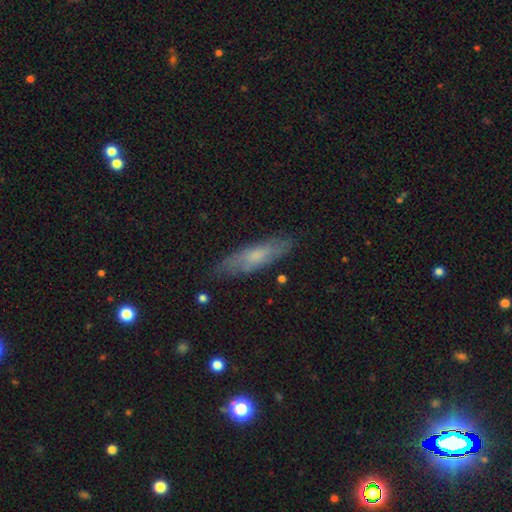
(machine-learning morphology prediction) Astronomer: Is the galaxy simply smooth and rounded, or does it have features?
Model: smooth — 55% (runner-up: featured or disk, 38%).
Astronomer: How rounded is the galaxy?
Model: cigar-shaped — 68%.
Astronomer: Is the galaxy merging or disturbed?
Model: none — 80%.